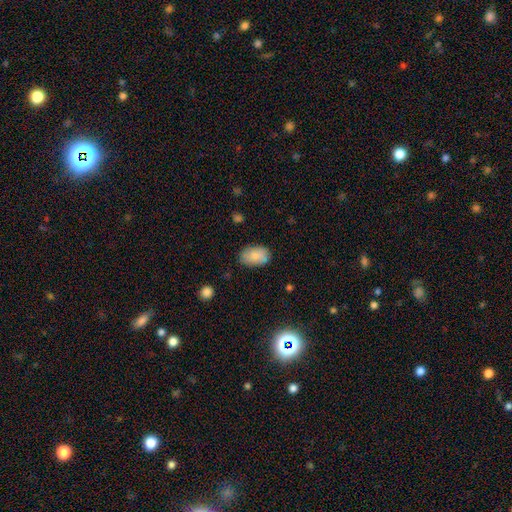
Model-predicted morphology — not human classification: type=smooth (81%); roundness=in between (90%); merging=none (76%).